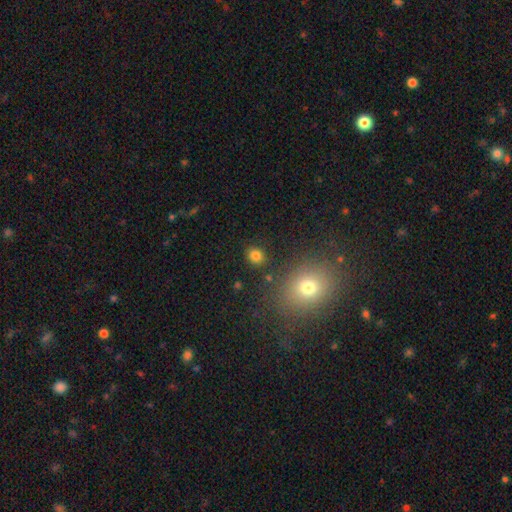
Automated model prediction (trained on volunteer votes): A smooth galaxy with no disk features (81%) that is round (68%).

Vote fractions:
- Smooth or featured? smooth: 81% / star or artifact: 13% / featured or disk: 6%
- How rounded? round: 68% / in between: 31% / cigar-shaped: 1%
- Merging? none: 85% / minor disturbance: 8% / merger: 4% / major disturbance: 3%